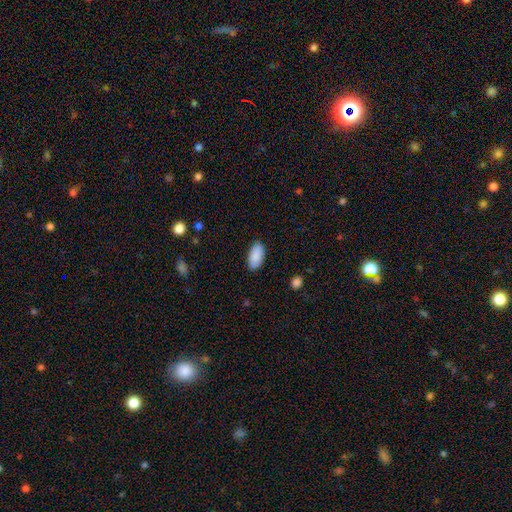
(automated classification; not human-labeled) Smooth or featured? Predicted: smooth (p=0.90). How rounded? Predicted: in between (p=0.94). Merging? Predicted: none (p=0.87).